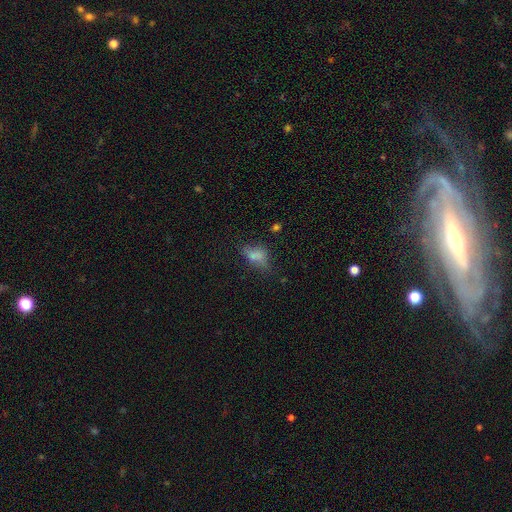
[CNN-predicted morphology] smooth 61%, featured or disk 24%, star or artifact 15%. Down the decision tree: how rounded — in between (80%); merging — none (42%).